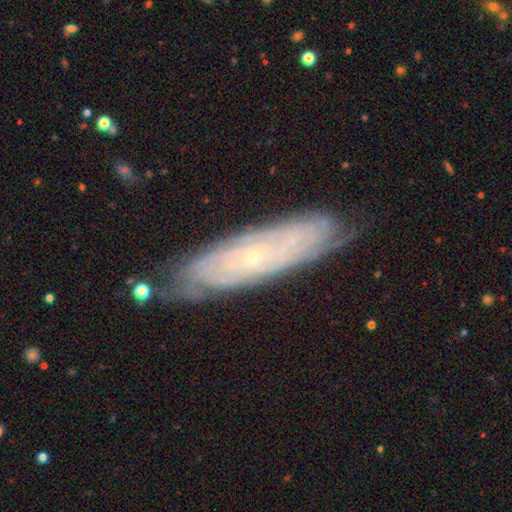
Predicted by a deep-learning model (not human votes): Smooth or featured? featured or disk (77%)
Edge-on disk? no (77%)
Bar? no (79%)
Spiral arms? yes (89%)
Spiral winding? tight (81%)
Spiral arm count? can't tell (63%)
Bulge size? small (86%)
Merging? none (79%)